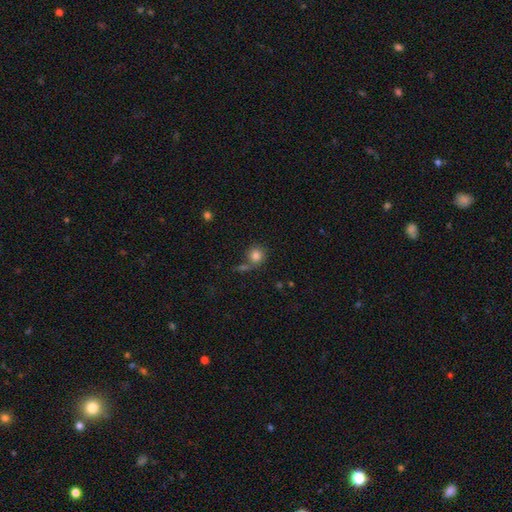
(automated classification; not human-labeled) The model was most divided on "merging": none: 61%, merger: 22%, minor disturbance: 12%, major disturbance: 6%. More confident: how rounded — round (88%); smooth or featured — smooth (82%).